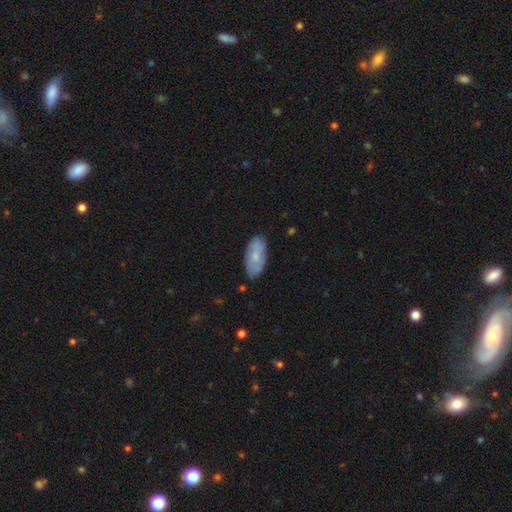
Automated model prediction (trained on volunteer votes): A smooth galaxy with no disk features (60%) that is in between round and cigar-shaped (90%).

Vote fractions:
- Smooth or featured? smooth: 60% / featured or disk: 33% / star or artifact: 6%
- How rounded? in between: 90% / cigar-shaped: 8% / round: 2%
- Merging? none: 76% / minor disturbance: 19% / major disturbance: 4% / merger: 2%